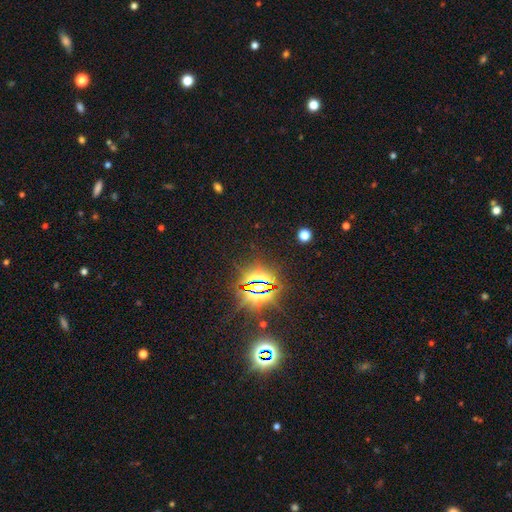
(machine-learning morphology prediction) Smooth or featured? Predicted: star or artifact (p=0.83).